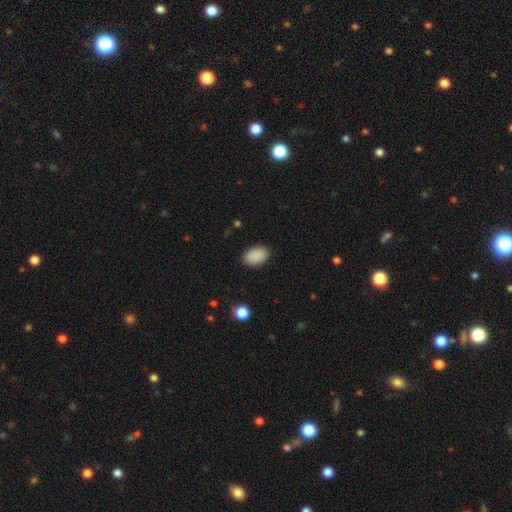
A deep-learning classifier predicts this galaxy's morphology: Smooth or featured: smooth — 89% (star or artifact — 8%)
How rounded: in between — 91% (round — 7%)
Merging: none — 88% (minor disturbance — 9%)